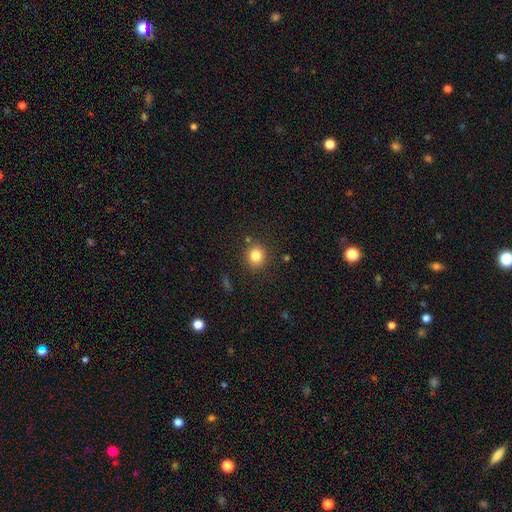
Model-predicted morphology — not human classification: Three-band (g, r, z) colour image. It shows a smooth galaxy with no disk features (82%) that is round (86%). Merging: none (86%).